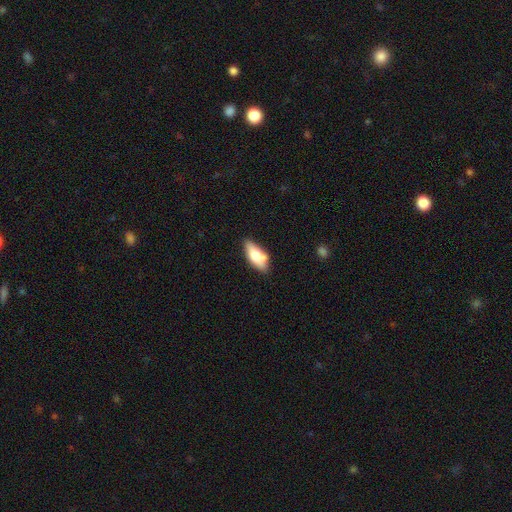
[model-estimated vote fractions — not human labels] Smooth or featured? smooth (71%)
How rounded? in between (81%)
Merging? none (62%)